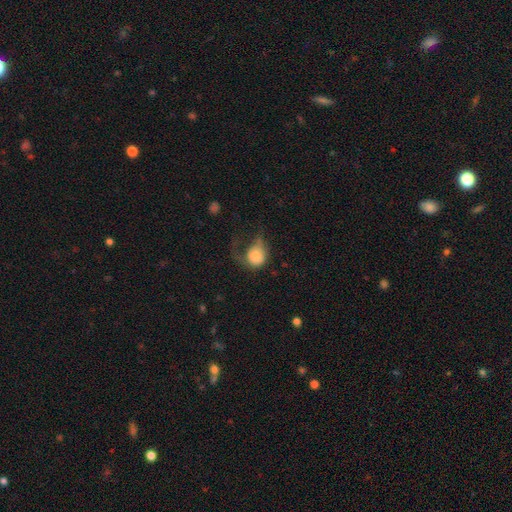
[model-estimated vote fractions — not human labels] smooth 72%, featured or disk 21%, star or artifact 8%. Down the decision tree: how rounded — round (59%); merging — major disturbance (55%).